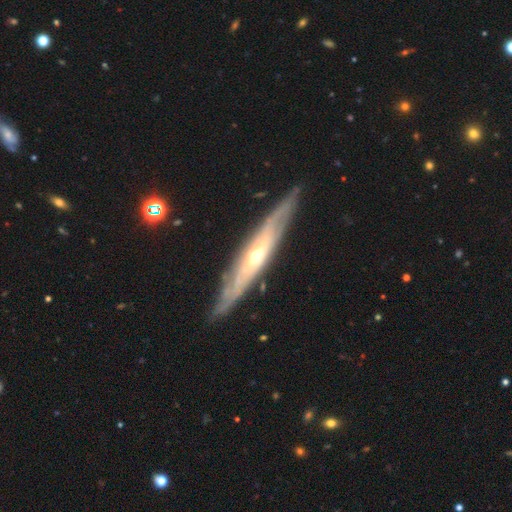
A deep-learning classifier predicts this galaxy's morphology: Smooth or featured? featured or disk (81%)
Edge-on disk? yes (59%)
Merging? none (84%)